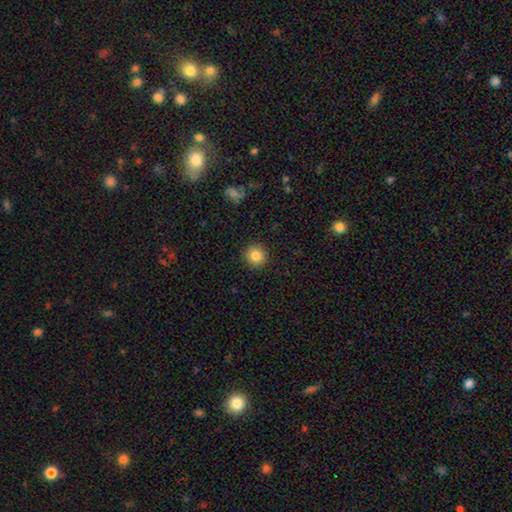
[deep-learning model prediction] smooth 84%, star or artifact 10%, featured or disk 6%. Down the decision tree: how rounded — round (93%); merging — none (92%).